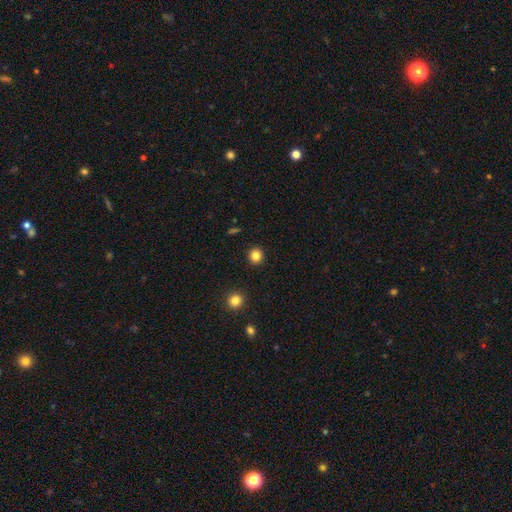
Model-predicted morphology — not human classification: Smooth or featured? Predicted: smooth (p=0.83). How rounded? Predicted: round (p=0.90). Merging? Predicted: none (p=0.92).